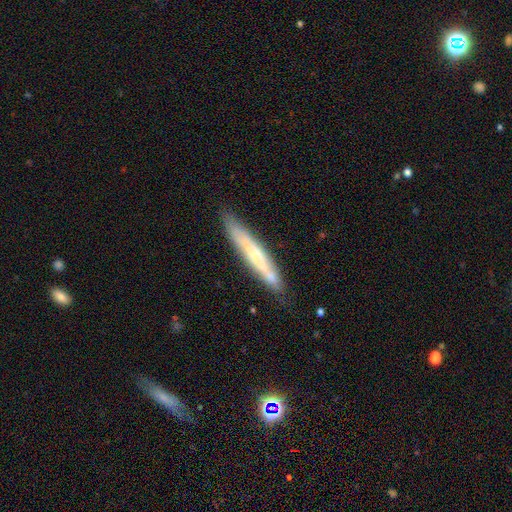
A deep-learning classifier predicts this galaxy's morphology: Q: Smooth or featured?
A: smooth (48%); runner-up: featured or disk (45%)
Q: Merging?
A: none (78%); runner-up: minor disturbance (15%)